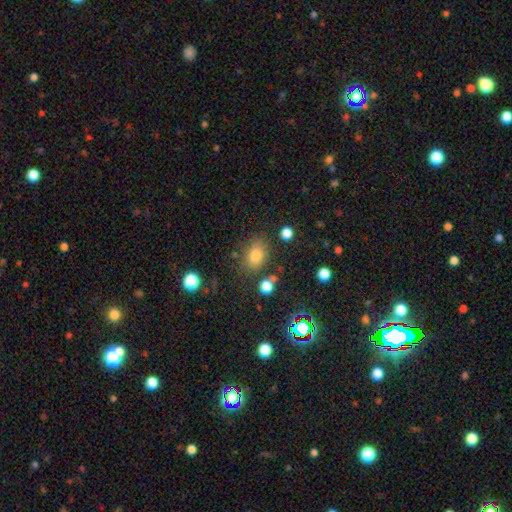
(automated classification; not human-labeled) The model was most divided on "how rounded": in between: 71%, round: 28%, cigar-shaped: 1%. More confident: smooth or featured — smooth (78%); merging — none (75%).